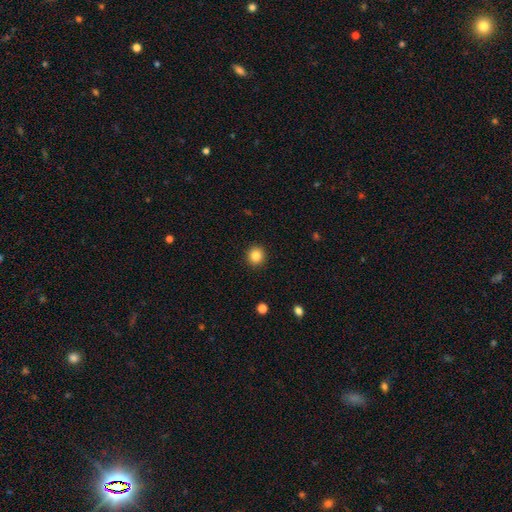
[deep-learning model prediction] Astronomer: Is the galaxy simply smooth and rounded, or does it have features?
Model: smooth — 85%.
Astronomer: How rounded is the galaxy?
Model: round — 91%.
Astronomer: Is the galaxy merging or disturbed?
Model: none — 92%.